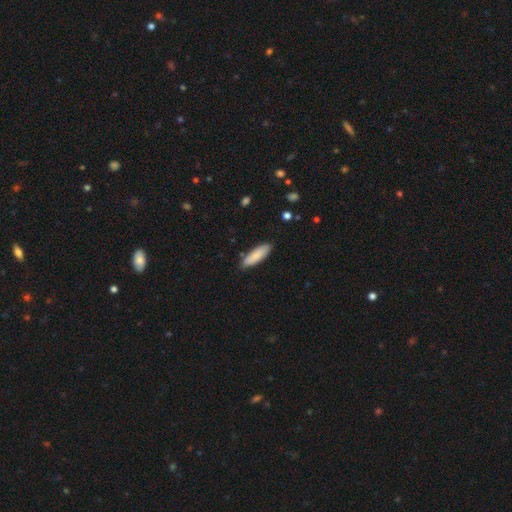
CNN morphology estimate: This appears to be a smooth galaxy with no disk features (85%) that is cigar-shaped (54%). Merging: none (86%).